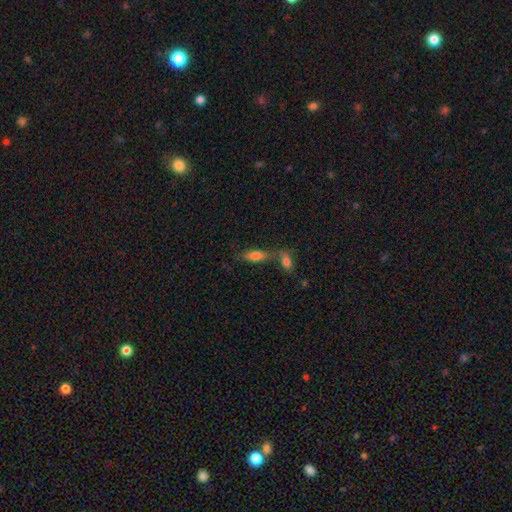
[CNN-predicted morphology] The model was most divided on "merging": none: 45%, merger: 38%, minor disturbance: 12%, major disturbance: 5%. More confident: smooth or featured — smooth (71%); how rounded — in between (67%).